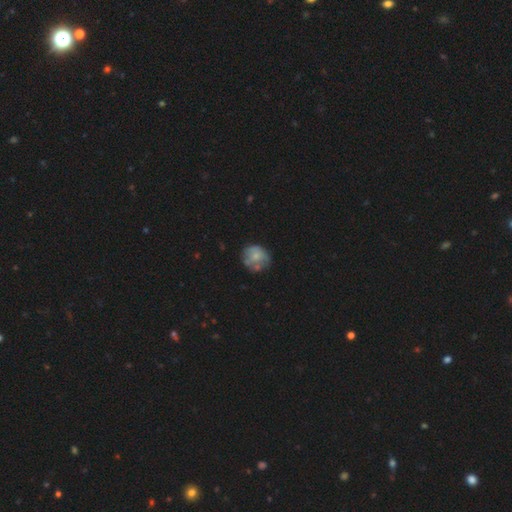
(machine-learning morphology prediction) Smooth or featured: smooth — 55% (featured or disk — 36%)
How rounded: round — 77% (in between — 22%)
Merging: none — 59% (minor disturbance — 25%)